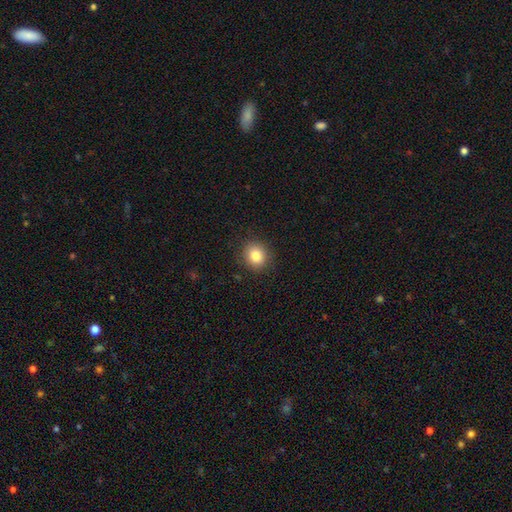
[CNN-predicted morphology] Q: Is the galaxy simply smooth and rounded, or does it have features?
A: smooth — 83%.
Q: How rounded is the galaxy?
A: round — 84%.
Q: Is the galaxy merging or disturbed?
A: none — 90%.